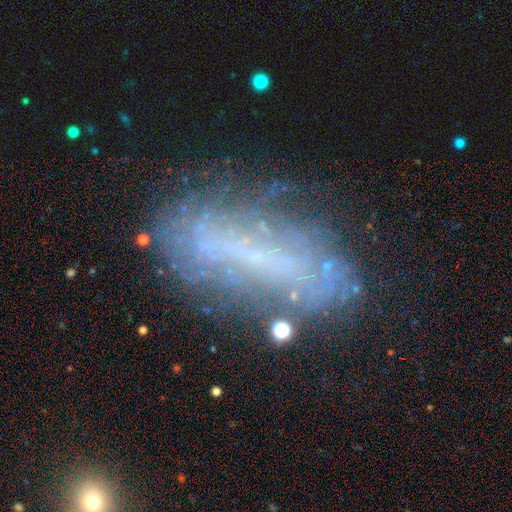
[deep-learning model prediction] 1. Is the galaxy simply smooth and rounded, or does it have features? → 62% featured or disk, 24% smooth, 14% star or artifact.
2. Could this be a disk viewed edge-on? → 81% no, 19% yes.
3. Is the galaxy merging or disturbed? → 66% none, 19% minor disturbance, 11% major disturbance, 4% merger.